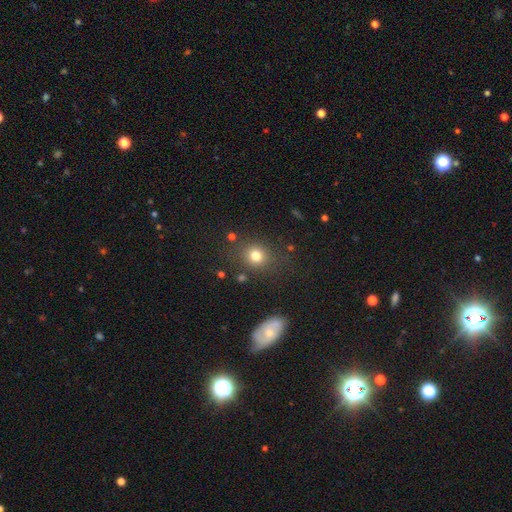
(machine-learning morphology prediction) Smooth or featured? Predicted: smooth (p=0.78). How rounded? Predicted: round (p=0.77). Merging? Predicted: none (p=0.79).